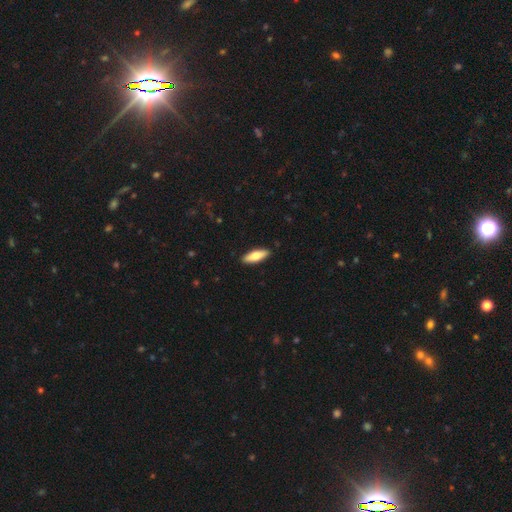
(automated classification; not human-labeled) Overall: smooth (70%). How rounded: in between (57%; cigar-shaped 41%). Merging: none (90%).